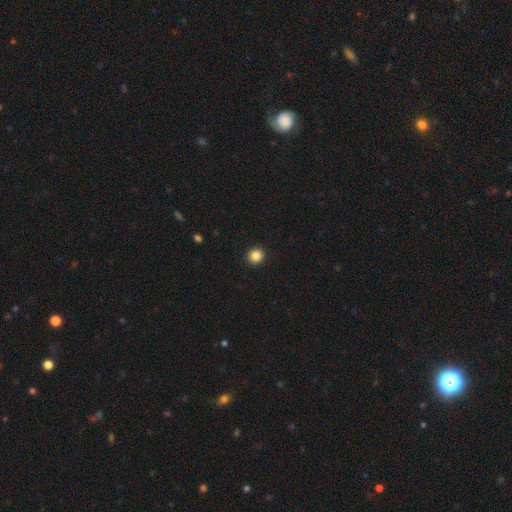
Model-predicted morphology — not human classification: A smooth galaxy with no disk features (85%) that is round (92%). Merging: none (93%).